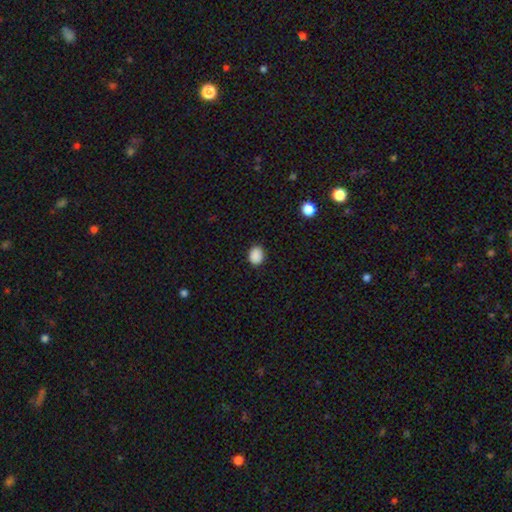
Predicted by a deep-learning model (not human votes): Overall: smooth (89%). How rounded: round (51%; in between 49%). Merging: none (89%).